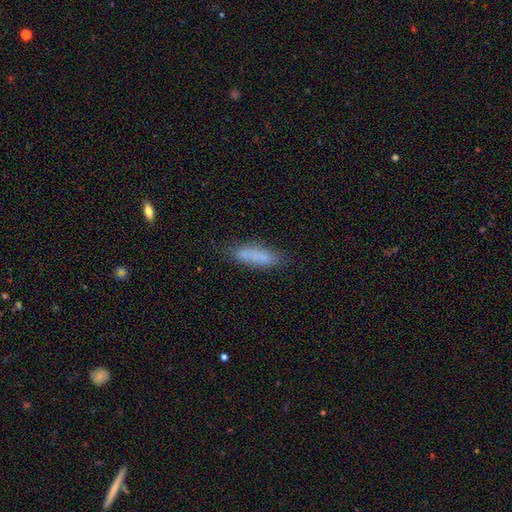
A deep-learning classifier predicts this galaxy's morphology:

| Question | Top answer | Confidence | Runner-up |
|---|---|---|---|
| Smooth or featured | smooth | 75% | featured or disk (16%) |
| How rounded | cigar-shaped | 59% | in between (39%) |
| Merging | none | 69% | minor disturbance (20%) |